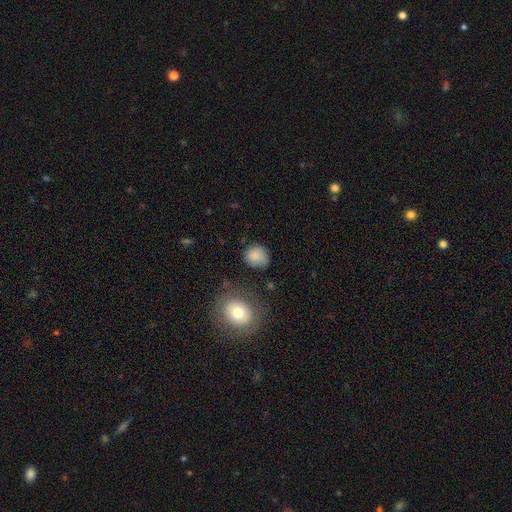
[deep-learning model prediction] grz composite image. It shows a smooth galaxy with no disk features (85%) that is round (74%). Merging: none (71%).